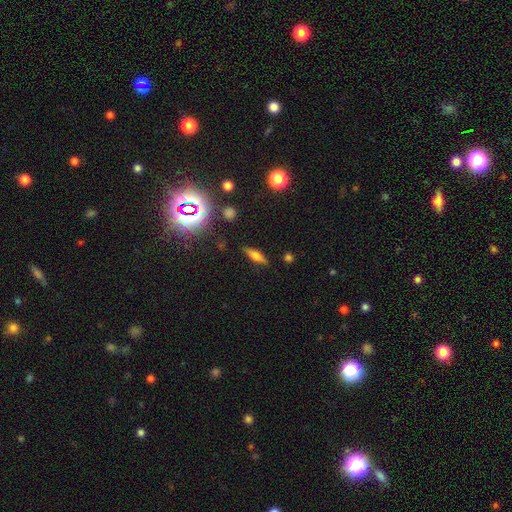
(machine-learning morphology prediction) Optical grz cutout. It shows a smooth galaxy with no disk features (46%). Merging: none (85%).